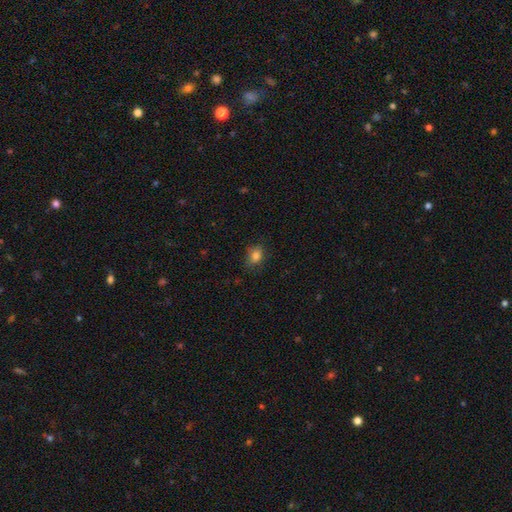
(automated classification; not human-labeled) A smooth galaxy with no disk features (83%) that is in between round and cigar-shaped (57%).

Vote fractions:
- Smooth or featured? smooth: 83% / star or artifact: 11% / featured or disk: 6%
- How rounded? in between: 57% / round: 42% / cigar-shaped: 1%
- Merging? none: 78% / minor disturbance: 17% / major disturbance: 4% / merger: 1%